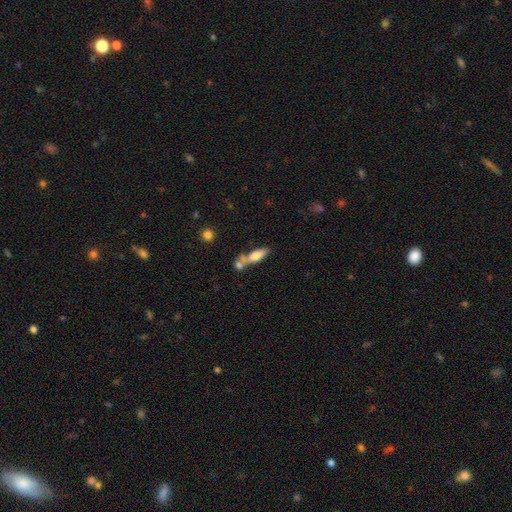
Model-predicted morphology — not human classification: A smooth galaxy with no disk features (67%) that is in between round and cigar-shaped (54%). Merging: none (42%).